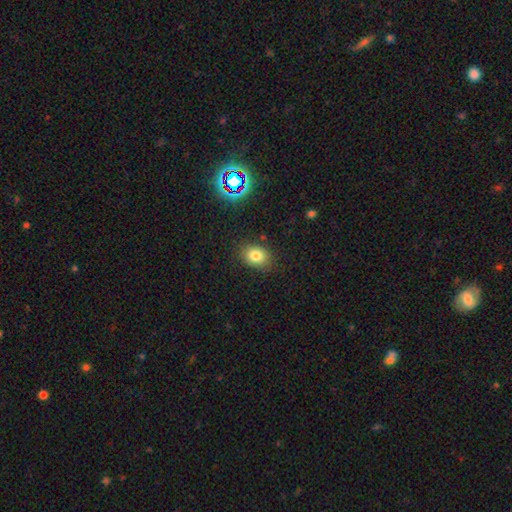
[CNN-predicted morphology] type=smooth (79%); roundness=in between (58%); merging=none (83%).